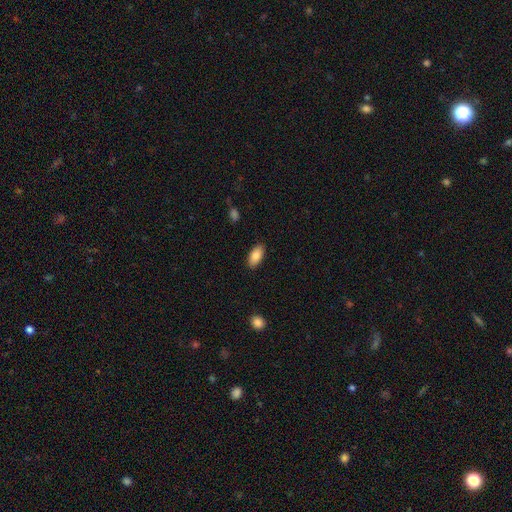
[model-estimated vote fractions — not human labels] Overall: smooth (86%). How rounded: in between (92%). Merging: none (88%).